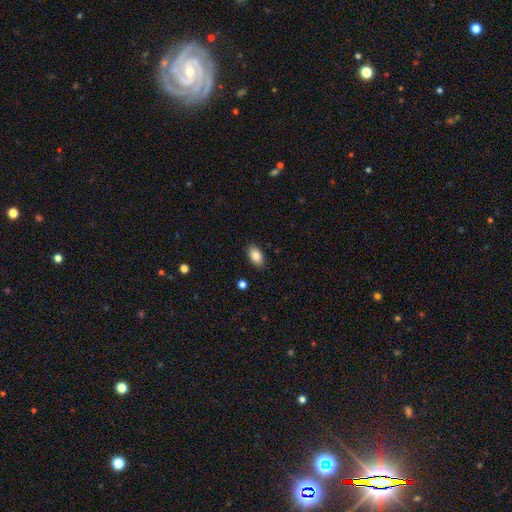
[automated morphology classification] This appears to be a smooth galaxy with no disk features (85%) that is in between round and cigar-shaped (92%). Merging: none (88%).